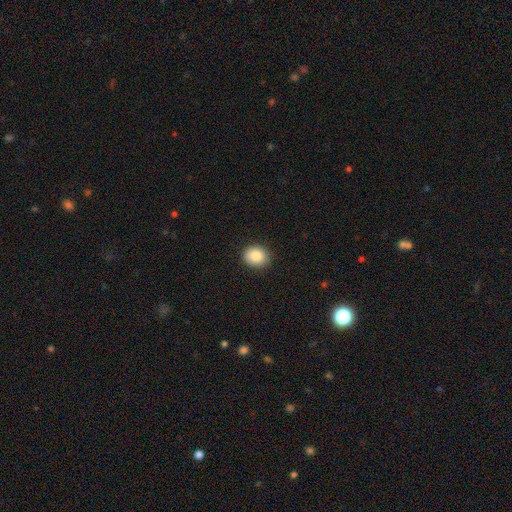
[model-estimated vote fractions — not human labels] Q: Smooth or featured?
A: smooth (86%); runner-up: star or artifact (8%)
Q: How rounded?
A: round (66%); runner-up: in between (33%)
Q: Merging?
A: none (88%); runner-up: minor disturbance (9%)